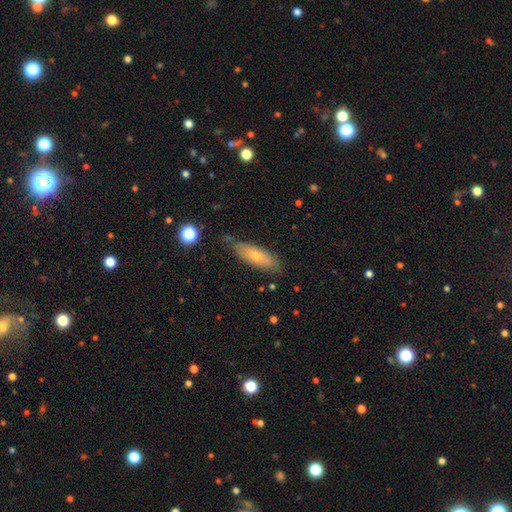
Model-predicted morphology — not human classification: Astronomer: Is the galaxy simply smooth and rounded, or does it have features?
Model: smooth — 59%.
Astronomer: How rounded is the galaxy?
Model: in between — 53% (runner-up: cigar-shaped, 44%).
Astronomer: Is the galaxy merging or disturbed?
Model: none — 70%.